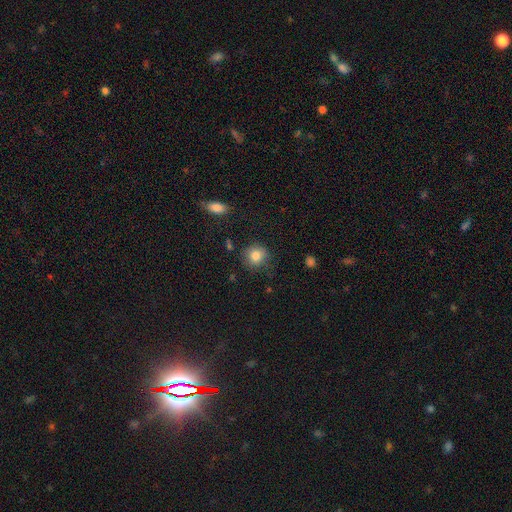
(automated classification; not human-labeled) Smooth or featured?
  - smooth: 83% *
  - star or artifact: 10%
  - featured or disk: 7%
How rounded?
  - round: 86% *
  - in between: 13%
  - cigar-shaped: 1%
Merging?
  - none: 80% *
  - minor disturbance: 14%
  - major disturbance: 4%
  - merger: 3%